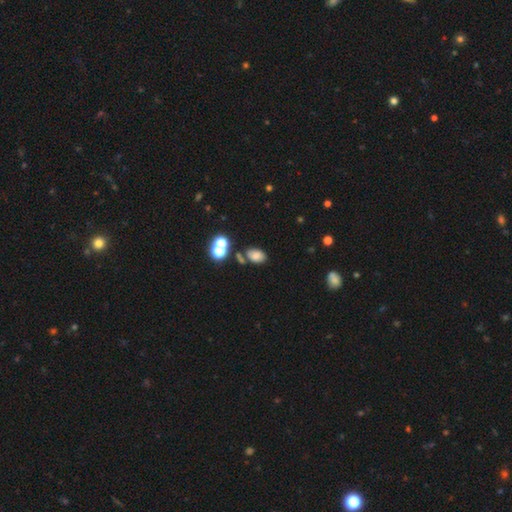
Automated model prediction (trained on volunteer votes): This appears to be a smooth galaxy with no disk features (72%) that is in between round and cigar-shaped (84%). Merging: none (65%).